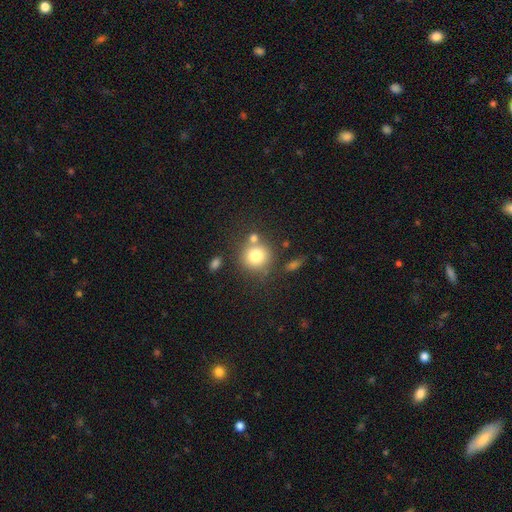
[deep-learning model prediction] This is likely a smooth galaxy (79%). How rounded: clearly round (88%). Merging: likely none (65%).